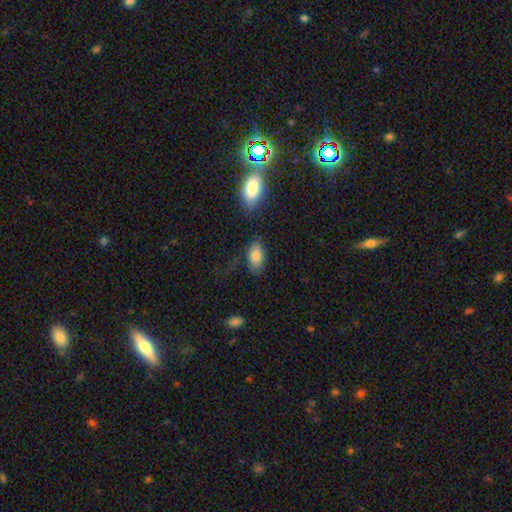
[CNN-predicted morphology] Overall: smooth (81%). How rounded: in between (93%). Merging: none (66%).